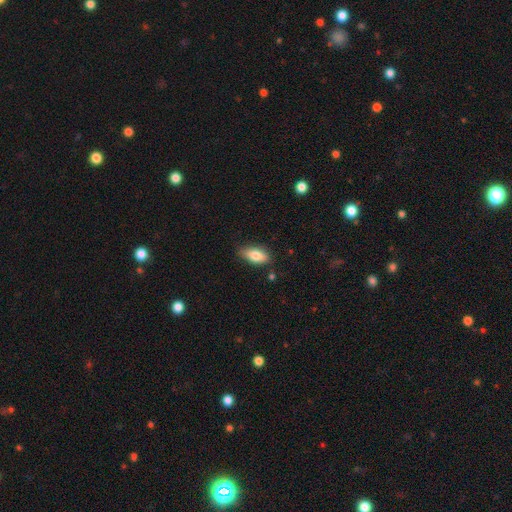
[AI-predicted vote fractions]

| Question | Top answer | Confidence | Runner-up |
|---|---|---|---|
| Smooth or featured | smooth | 80% | featured or disk (13%) |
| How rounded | in between | 86% | cigar-shaped (10%) |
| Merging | none | 79% | minor disturbance (16%) |